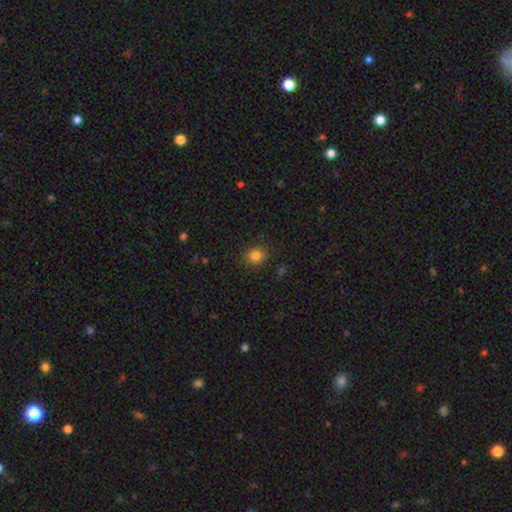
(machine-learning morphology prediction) smooth 83%, star or artifact 12%, featured or disk 5%. Down the decision tree: how rounded — round (76%); merging — none (88%).